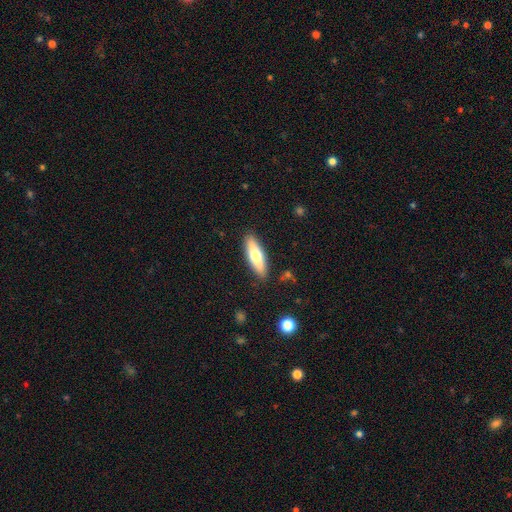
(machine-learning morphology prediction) Smooth or featured? smooth (63%)
How rounded? cigar-shaped (52%)
Merging? none (87%)